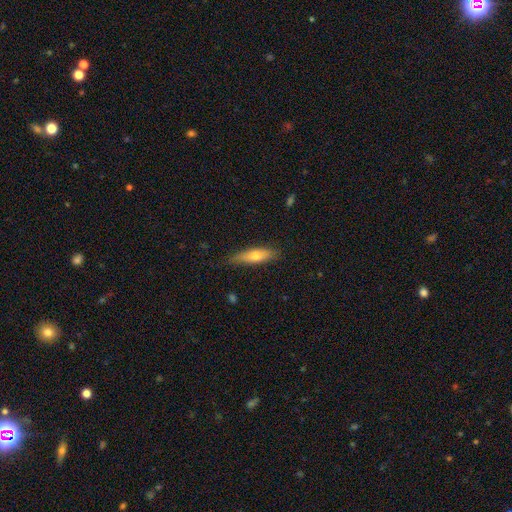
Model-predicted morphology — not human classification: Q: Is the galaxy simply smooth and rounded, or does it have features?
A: smooth — 62%.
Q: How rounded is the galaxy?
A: cigar-shaped — 62%.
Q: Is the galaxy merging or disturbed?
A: none — 78%.